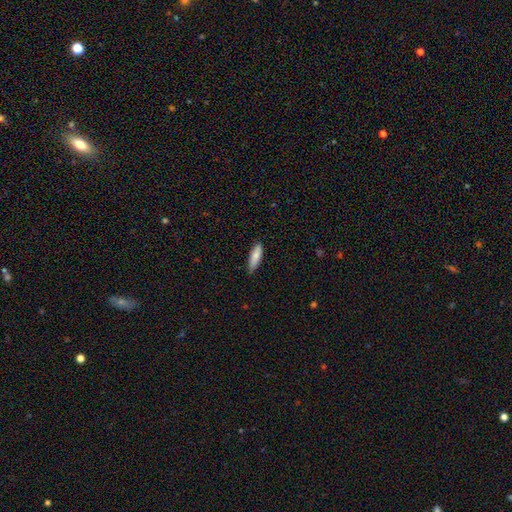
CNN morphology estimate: Q: Smooth or featured?
A: smooth (80%); runner-up: featured or disk (14%)
Q: How rounded?
A: cigar-shaped (52%); runner-up: in between (46%)
Q: Merging?
A: none (82%); runner-up: minor disturbance (15%)